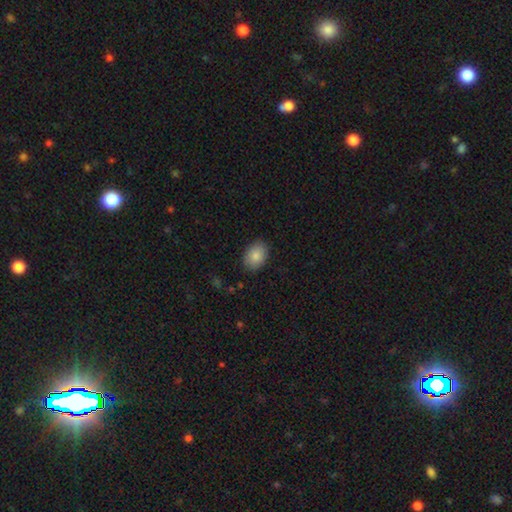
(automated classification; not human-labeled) smooth 86%, featured or disk 7%, star or artifact 7%. Down the decision tree: how rounded — in between (77%); merging — none (86%).